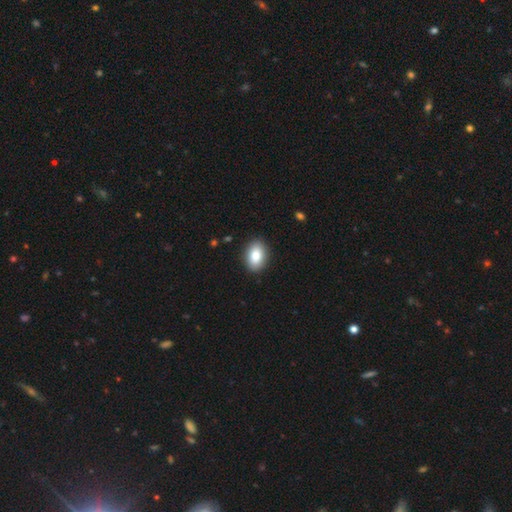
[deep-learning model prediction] Overall: smooth (86%). How rounded: in between (87%). Merging: none (89%).